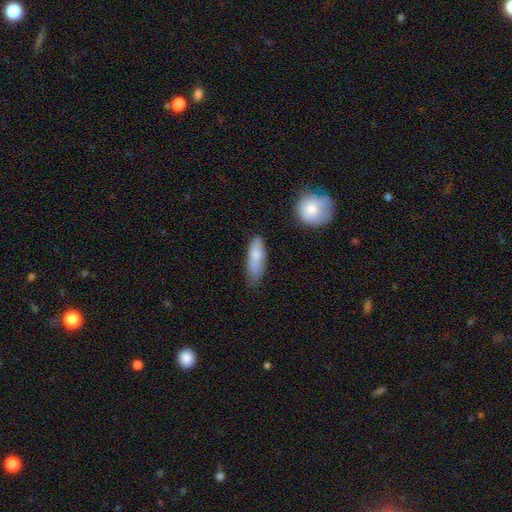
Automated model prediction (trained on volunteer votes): Q: Smooth or featured?
A: smooth (76%); runner-up: featured or disk (18%)
Q: How rounded?
A: in between (62%); runner-up: cigar-shaped (35%)
Q: Merging?
A: none (56%); runner-up: minor disturbance (30%)